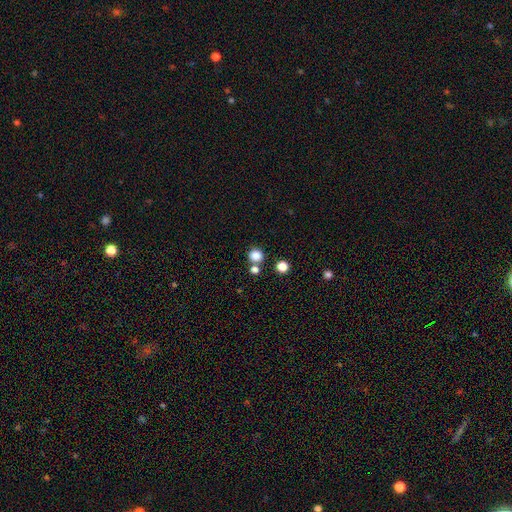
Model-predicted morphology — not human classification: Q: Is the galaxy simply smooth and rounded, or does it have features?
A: smooth — 83%.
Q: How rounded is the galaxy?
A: round — 87%.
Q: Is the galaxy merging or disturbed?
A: none — 69%.